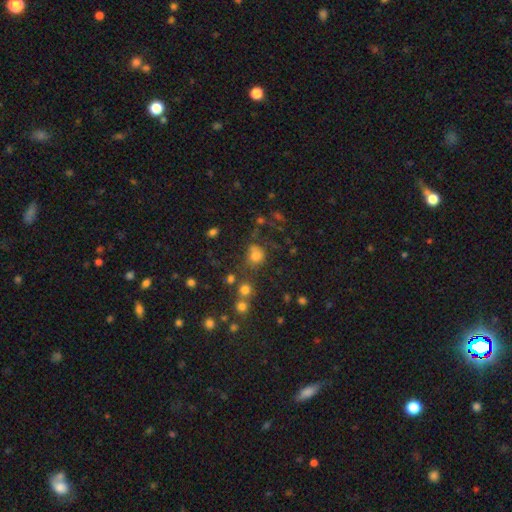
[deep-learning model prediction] smooth 72%, star or artifact 19%, featured or disk 9%. Down the decision tree: how rounded — round (77%); merging — none (58%).